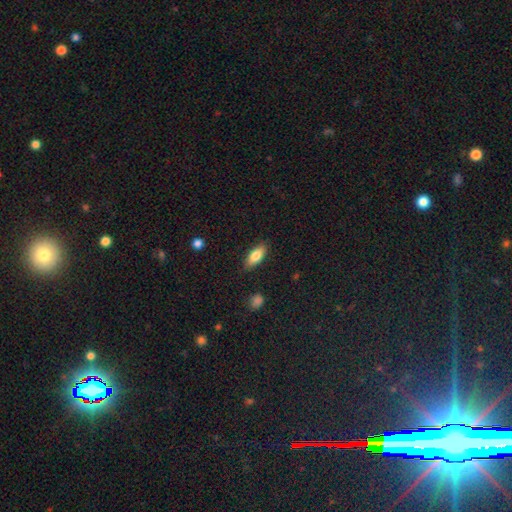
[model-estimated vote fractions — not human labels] smooth-or-featured: smooth: 79% | featured or disk: 15% | star or artifact: 7%
  how-rounded: in between: 77% | cigar-shaped: 20% | round: 3%
  merging: none: 85% | minor disturbance: 11% | major disturbance: 2% | merger: 1%